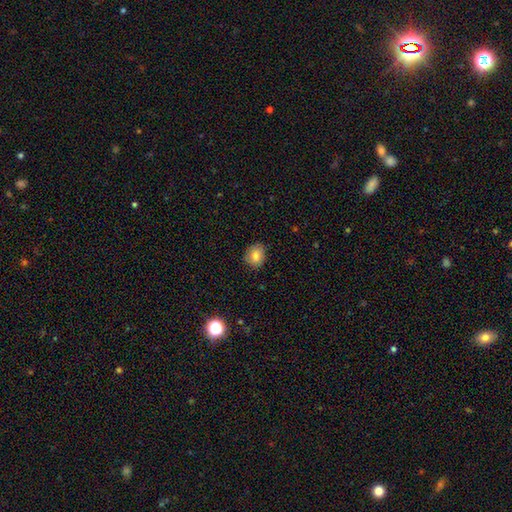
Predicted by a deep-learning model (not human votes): smooth-or-featured: smooth: 80% | featured or disk: 10% | star or artifact: 10%
  how-rounded: round: 60% | in between: 39% | cigar-shaped: 1%
  merging: none: 83% | minor disturbance: 14% | major disturbance: 3% | merger: 1%